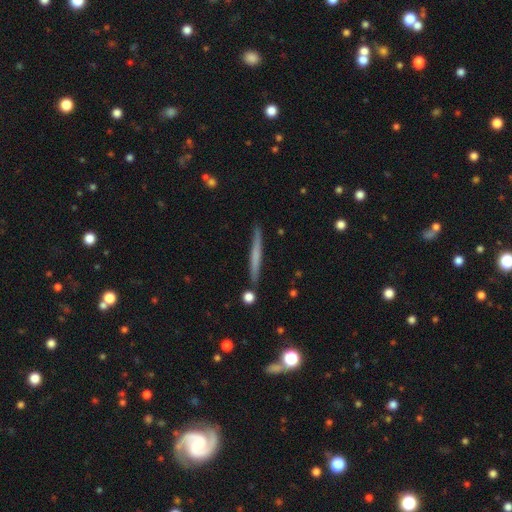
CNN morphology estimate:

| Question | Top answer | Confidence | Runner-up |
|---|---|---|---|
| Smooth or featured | smooth | 50% | featured or disk (44%) |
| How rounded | cigar-shaped | 96% | in between (2%) |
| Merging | none | 89% | minor disturbance (7%) |